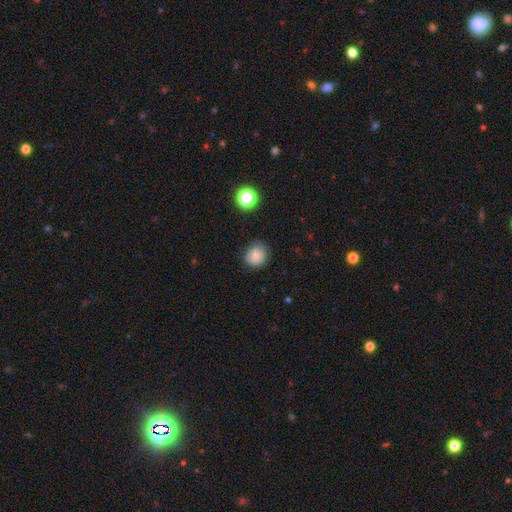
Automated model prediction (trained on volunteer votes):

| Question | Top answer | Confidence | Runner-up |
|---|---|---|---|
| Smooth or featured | smooth | 80% | star or artifact (11%) |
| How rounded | round | 84% | in between (15%) |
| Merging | none | 74% | minor disturbance (20%) |